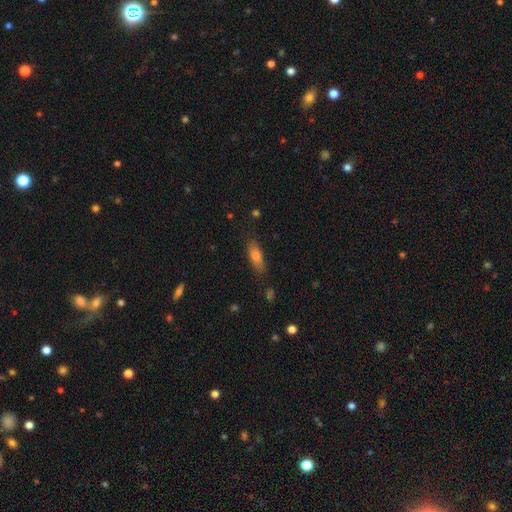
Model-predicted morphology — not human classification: Smooth or featured?
  - smooth: 72% *
  - featured or disk: 18%
  - star or artifact: 9%
How rounded?
  - in between: 54% *
  - cigar-shaped: 43%
  - round: 3%
Merging?
  - none: 81% *
  - minor disturbance: 14%
  - major disturbance: 3%
  - merger: 2%